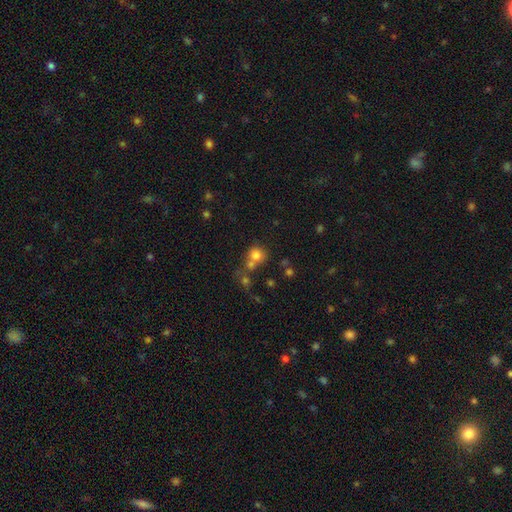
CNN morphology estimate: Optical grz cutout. It shows a smooth galaxy with no disk features (76%) that is round (83%). Merging: none (47%).